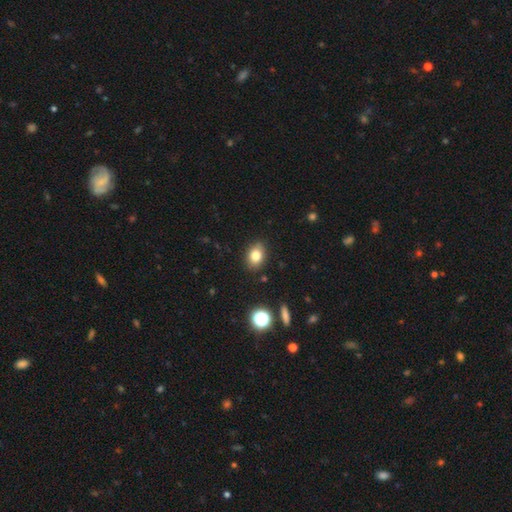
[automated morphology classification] Overall: smooth (81%). How rounded: in between (72%). Merging: none (85%).